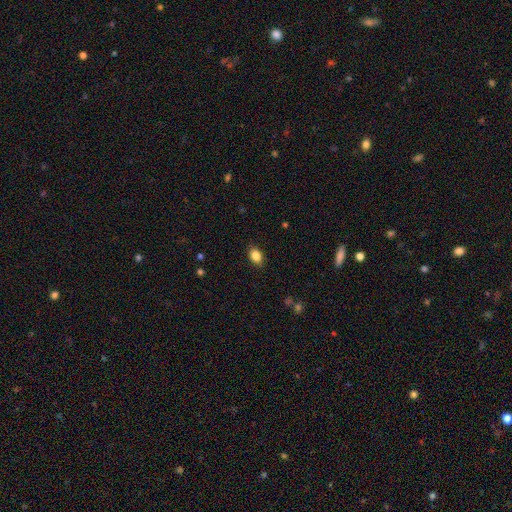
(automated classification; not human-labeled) Smooth or featured: smooth — 86% (star or artifact — 9%)
How rounded: in between — 78% (round — 21%)
Merging: none — 86% (minor disturbance — 10%)